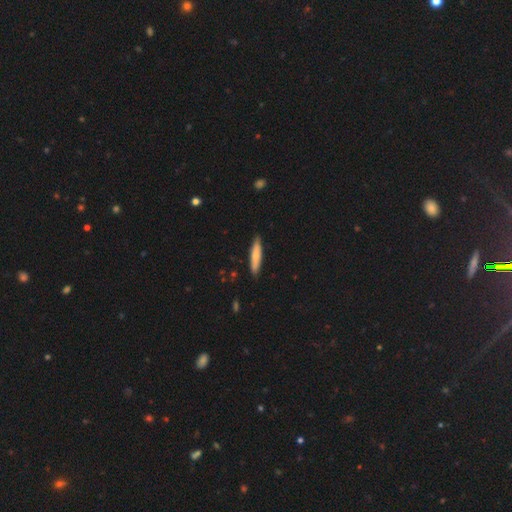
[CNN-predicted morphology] smooth_or_featured: smooth (p=0.73) [alt: featured or disk p=0.22]
how_rounded: cigar-shaped (p=0.86) [alt: in between p=0.13]
merging: none (p=0.86) [alt: minor disturbance p=0.11]